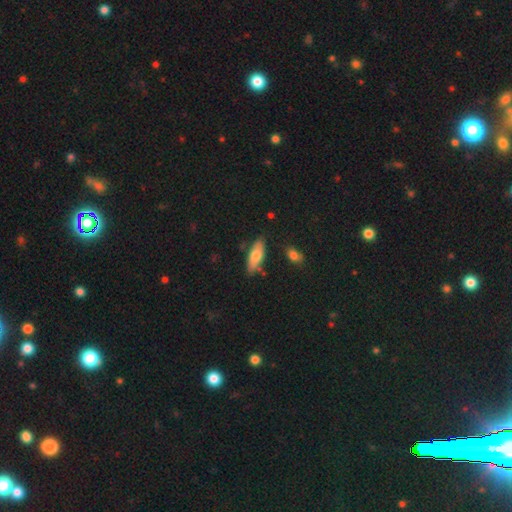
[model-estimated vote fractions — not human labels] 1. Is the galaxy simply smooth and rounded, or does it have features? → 70% smooth, 24% featured or disk, 6% star or artifact.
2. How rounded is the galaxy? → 67% in between, 30% cigar-shaped, 2% round.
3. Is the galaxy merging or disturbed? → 76% none, 17% minor disturbance, 4% merger, 3% major disturbance.